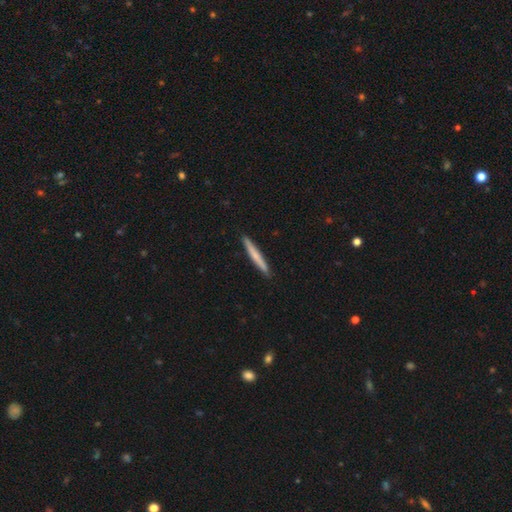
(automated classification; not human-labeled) smooth-or-featured: smooth: 63% | featured or disk: 32% | star or artifact: 5%
  how-rounded: cigar-shaped: 96% | in between: 2% | round: 1%
  merging: none: 92% | minor disturbance: 6% | major disturbance: 1% | merger: 1%